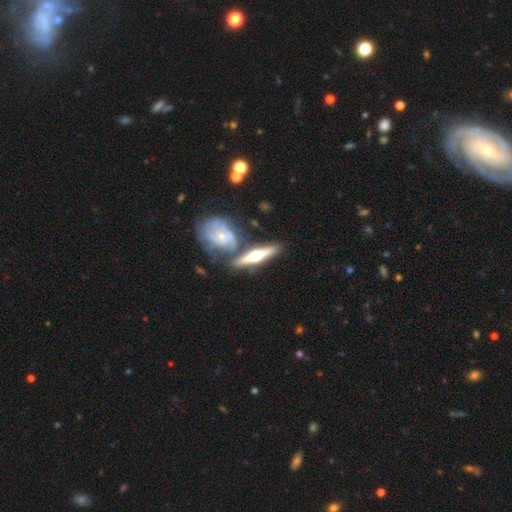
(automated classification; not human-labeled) The model was most divided on "merging": none: 63%, merger: 21%, minor disturbance: 12%, major disturbance: 4%. More confident: edge-on bulge — rounded (94%); edge-on disk — yes (88%); smooth or featured — featured or disk (71%).